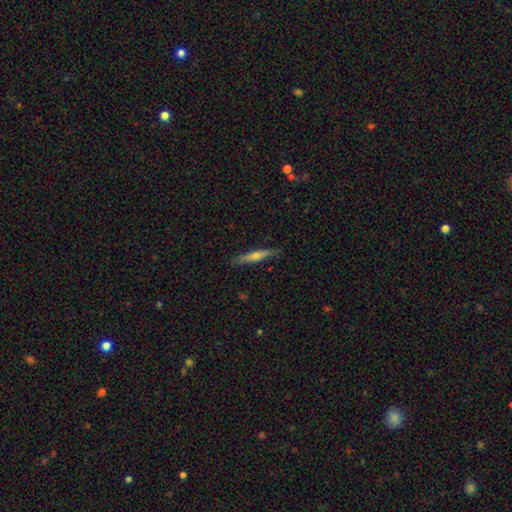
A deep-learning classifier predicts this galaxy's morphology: type=featured or disk (60%); edge-on=yes (96%); edge-on bulge=rounded (72%); merging=none (89%).